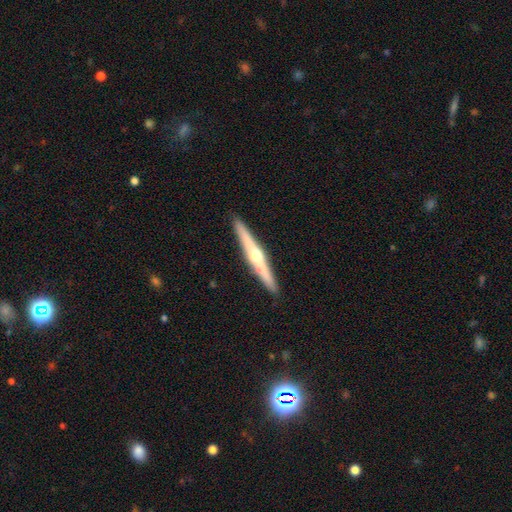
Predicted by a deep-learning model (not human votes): Smooth or featured?
  - featured or disk: 70% *
  - smooth: 25%
  - star or artifact: 5%
Edge-on disk?
  - yes: 97% *
  - no: 3%
Edge-on bulge?
  - rounded: 90% *
  - none: 7%
  - boxy: 3%
Merging?
  - none: 92% *
  - minor disturbance: 6%
  - major disturbance: 1%
  - merger: 1%